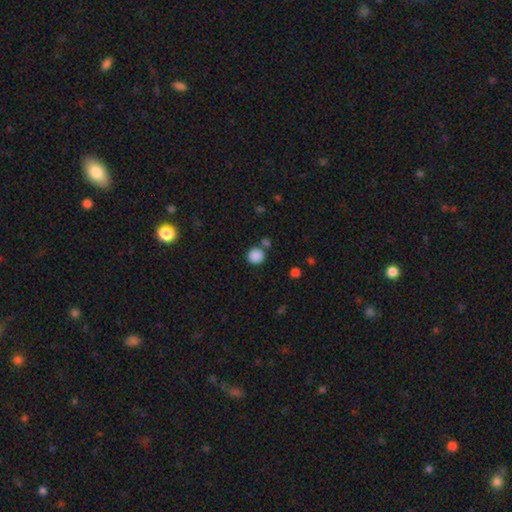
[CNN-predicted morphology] A smooth galaxy with no disk features (87%) that is round (89%).

Vote fractions:
- Smooth or featured? smooth: 87% / star or artifact: 10% / featured or disk: 3%
- How rounded? round: 89% / in between: 10% / cigar-shaped: 1%
- Merging? none: 74% / merger: 13% / minor disturbance: 10% / major disturbance: 4%